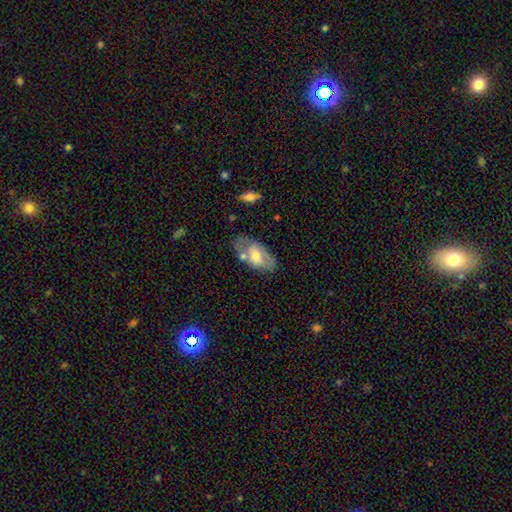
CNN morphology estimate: Smooth or featured: smooth — 57% (featured or disk — 36%)
How rounded: in between — 93% (round — 4%)
Merging: none — 55% (minor disturbance — 23%)